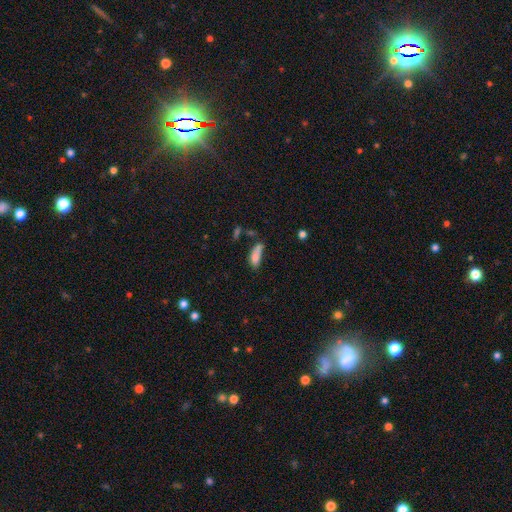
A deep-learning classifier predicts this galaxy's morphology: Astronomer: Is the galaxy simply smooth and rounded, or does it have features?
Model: smooth — 76%.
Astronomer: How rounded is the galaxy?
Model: in between — 68%.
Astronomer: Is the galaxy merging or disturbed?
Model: none — 35% (runner-up: minor disturbance, 30%).